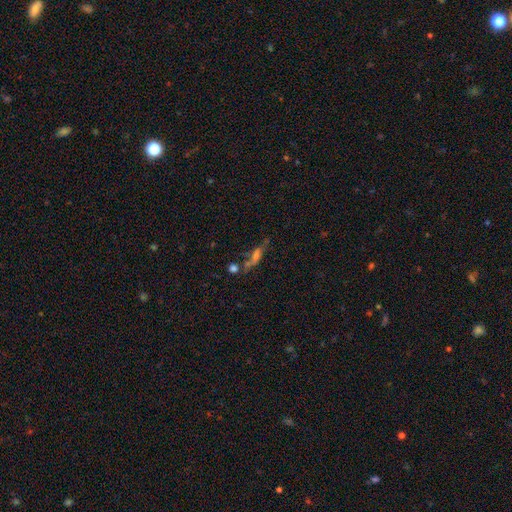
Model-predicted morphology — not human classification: Q: Smooth or featured?
A: featured or disk (49%); runner-up: smooth (29%)
Q: Merging?
A: none (48%); runner-up: merger (20%)